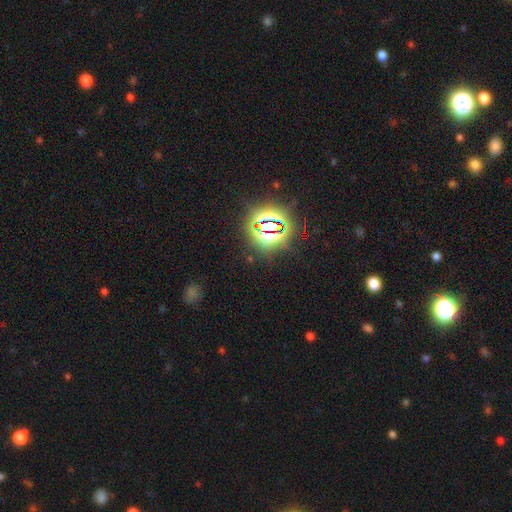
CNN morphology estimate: Smooth or featured: star or artifact — 80% (smooth — 12%)